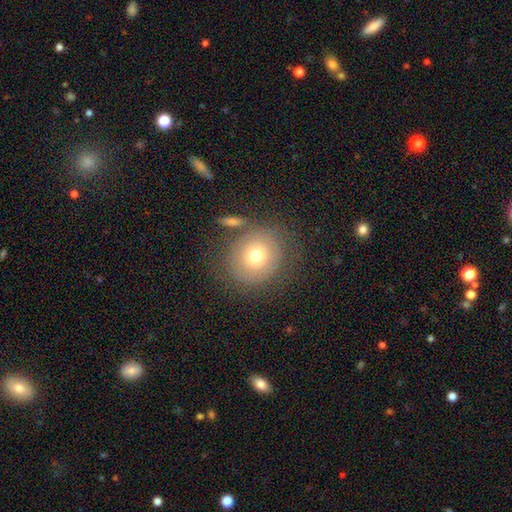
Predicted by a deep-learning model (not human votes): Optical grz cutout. It shows a smooth galaxy with no disk features (67%) that is round (81%). Merging: none (70%).